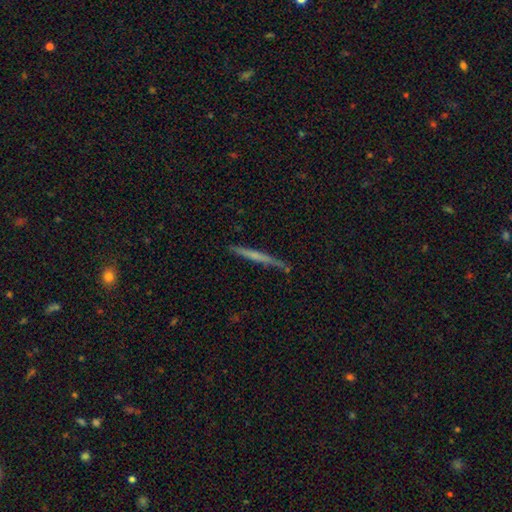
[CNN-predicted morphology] type=smooth (47%); merging=none (82%).